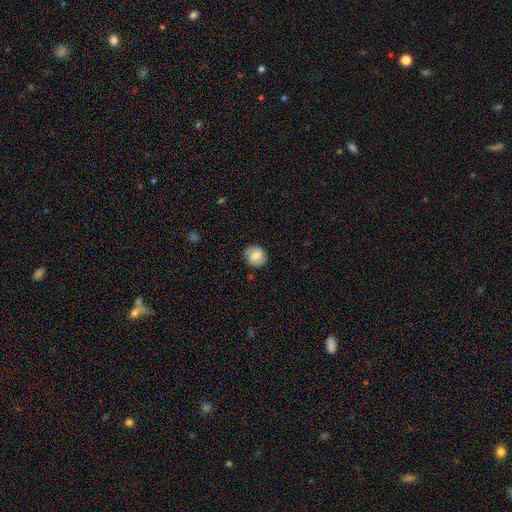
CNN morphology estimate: Smooth or featured?
  - smooth: 55% *
  - featured or disk: 37%
  - star or artifact: 8%
How rounded?
  - round: 79% *
  - in between: 20%
  - cigar-shaped: 1%
Merging?
  - none: 81% *
  - minor disturbance: 13%
  - major disturbance: 4%
  - merger: 1%